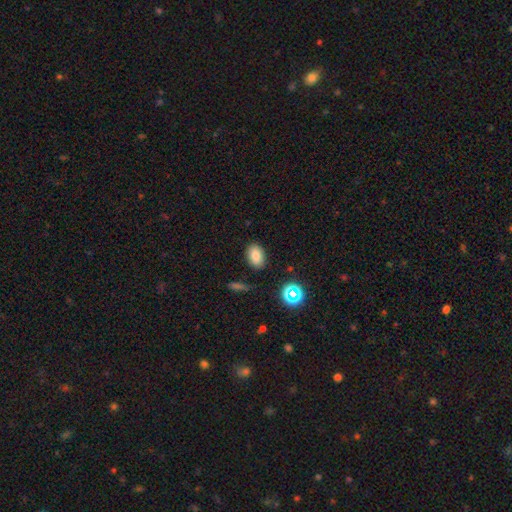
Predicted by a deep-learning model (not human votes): This appears to be a smooth galaxy with no disk features (80%) that is in between round and cigar-shaped (83%). Merging: none (85%).